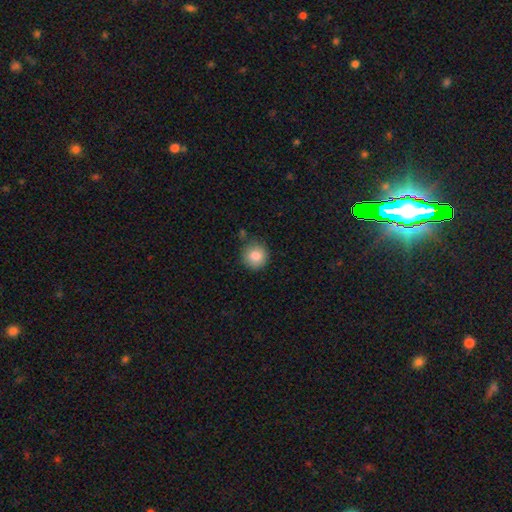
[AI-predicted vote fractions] The model was most divided on "merging": none: 83%, minor disturbance: 11%, merger: 3%, major disturbance: 3%. More confident: how rounded — round (94%); smooth or featured — smooth (84%).